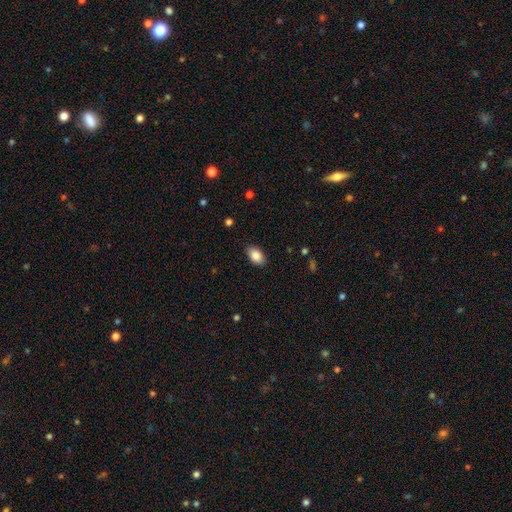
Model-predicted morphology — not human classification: type=smooth (87%); roundness=in between (92%); merging=none (87%).